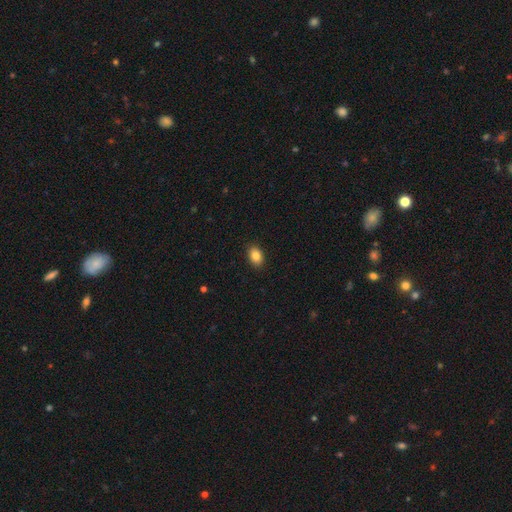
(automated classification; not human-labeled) This appears to be a smooth galaxy with no disk features (85%) that is in between round and cigar-shaped (81%). Merging: none (90%).